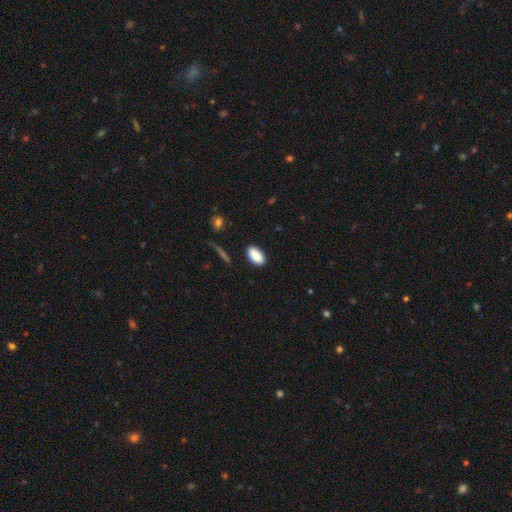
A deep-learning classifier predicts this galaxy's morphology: Smooth or featured?
  - smooth: 89% *
  - star or artifact: 7%
  - featured or disk: 4%
How rounded?
  - in between: 93% *
  - round: 4%
  - cigar-shaped: 3%
Merging?
  - none: 87% *
  - minor disturbance: 9%
  - major disturbance: 2%
  - merger: 1%